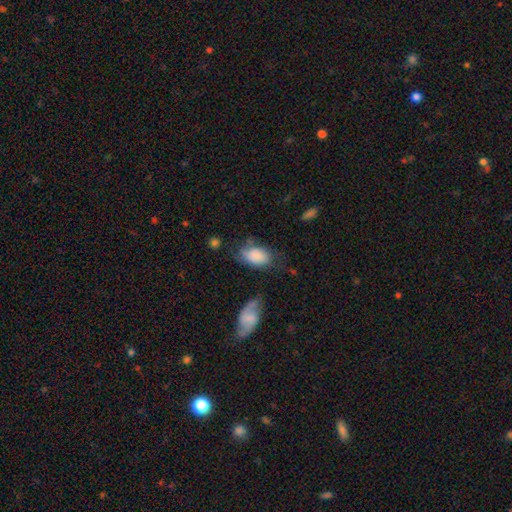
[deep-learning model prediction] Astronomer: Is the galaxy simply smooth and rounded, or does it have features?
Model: smooth — 77%.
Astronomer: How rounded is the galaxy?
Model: in between — 90%.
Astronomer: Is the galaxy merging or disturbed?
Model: none — 40% (runner-up: minor disturbance, 32%).